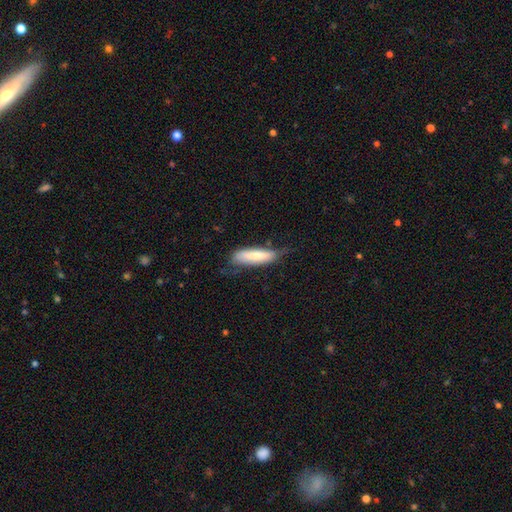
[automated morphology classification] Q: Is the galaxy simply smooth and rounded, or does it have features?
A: smooth — 71%.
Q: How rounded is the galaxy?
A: cigar-shaped — 60%.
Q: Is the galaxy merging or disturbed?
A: none — 55%.